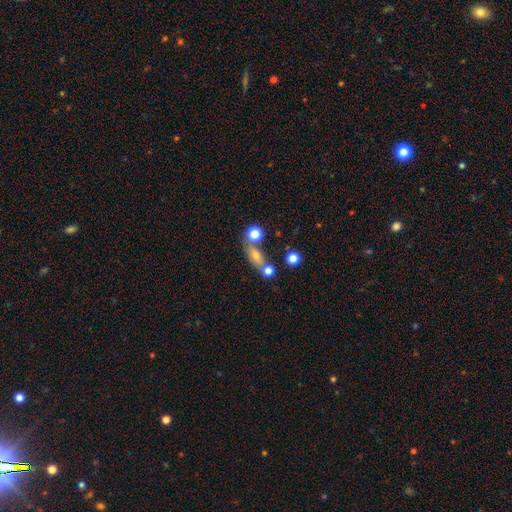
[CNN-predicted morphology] A smooth galaxy with no disk features (63%) that is in between round and cigar-shaped (55%). Merging: none (53%).